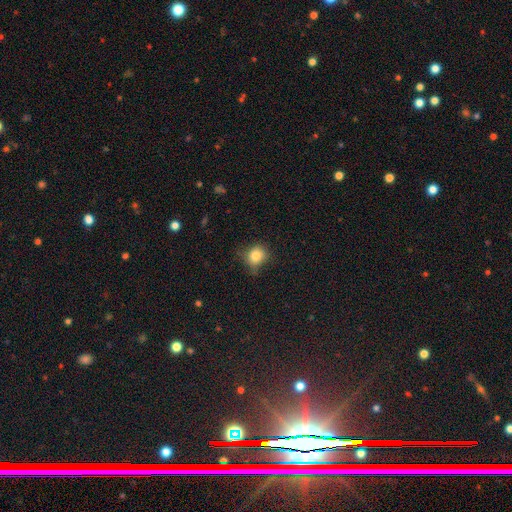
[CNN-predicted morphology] A smooth galaxy with no disk features (83%) that is round (79%). Merging: none (69%).